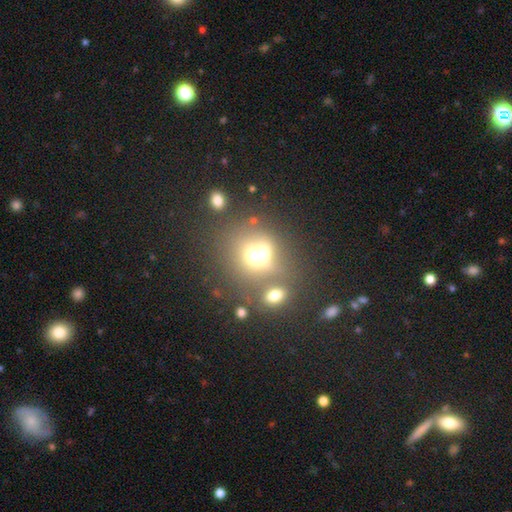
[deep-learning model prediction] The model was most divided on "merging": merger: 54%, none: 30%, minor disturbance: 9%, major disturbance: 7%. More confident: how rounded — round (73%); smooth or featured — smooth (61%).